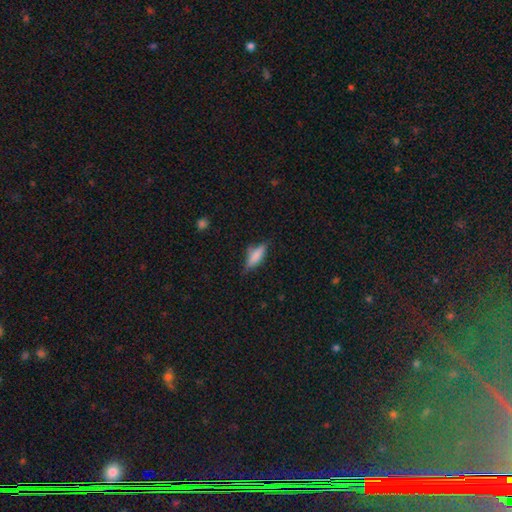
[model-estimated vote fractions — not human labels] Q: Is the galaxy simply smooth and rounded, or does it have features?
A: smooth — 71%.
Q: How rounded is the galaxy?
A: cigar-shaped — 50%.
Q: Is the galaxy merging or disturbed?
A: none — 67%.